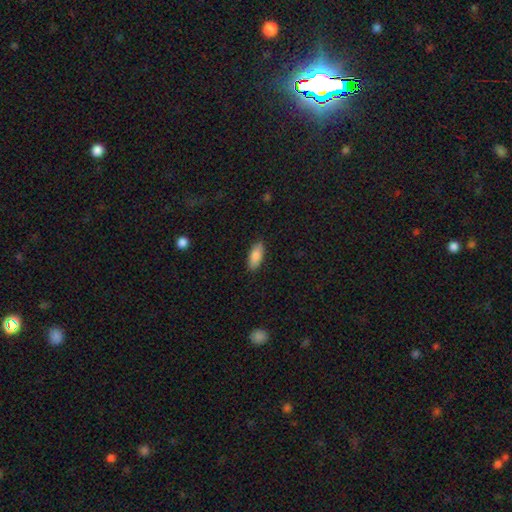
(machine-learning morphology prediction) The model was most divided on "how rounded": in between: 82%, cigar-shaped: 16%, round: 2%. More confident: merging — none (88%); smooth or featured — smooth (85%).